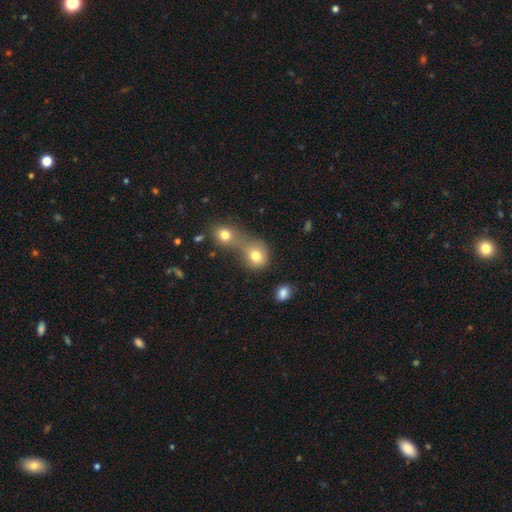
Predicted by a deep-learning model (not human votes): Smooth or featured?
  - smooth: 78% *
  - star or artifact: 12%
  - featured or disk: 10%
How rounded?
  - round: 78% *
  - in between: 21%
  - cigar-shaped: 1%
Merging?
  - merger: 58% *
  - none: 30%
  - minor disturbance: 7%
  - major disturbance: 5%